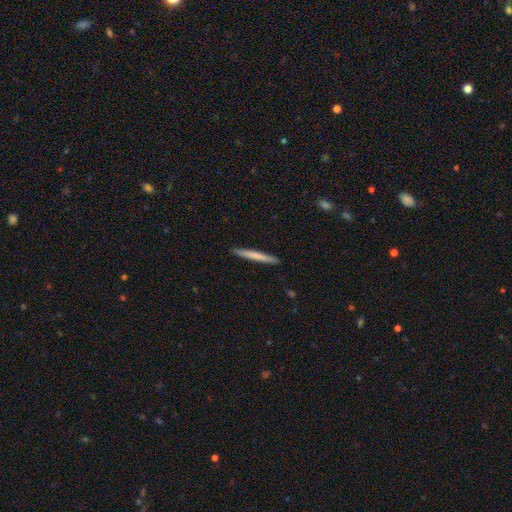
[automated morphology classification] The model was most divided on "smooth or featured": smooth: 71%, featured or disk: 24%, star or artifact: 5%. More confident: how rounded — cigar-shaped (97%); merging — none (92%).